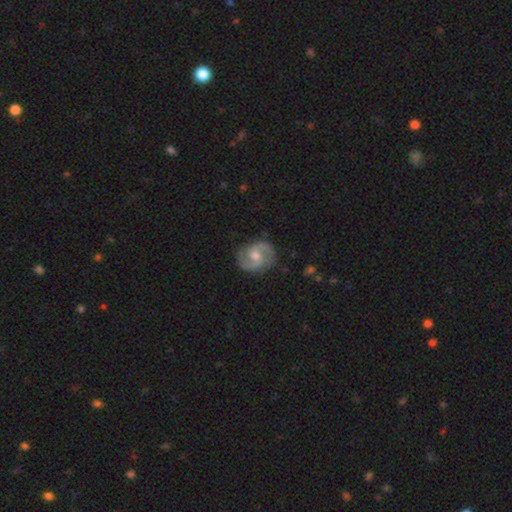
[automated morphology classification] Smooth or featured?
  - featured or disk: 88% *
  - smooth: 8%
  - star or artifact: 5%
Edge-on disk?
  - no: 98% *
  - yes: 2%
Bar?
  - weak: 47% *
  - no: 43%
  - strong: 11%
Spiral arms?
  - yes: 97% *
  - no: 3%
Spiral winding?
  - medium: 59% *
  - tight: 24%
  - loose: 17%
Spiral arm count?
  - 2: 93% *
  - can't tell: 2%
  - 1: 1%
  - 3: 1%
  - 4: 1%
  - more than 4: 1%
Bulge size?
  - moderate: 69% *
  - small: 23%
  - large: 5%
  - none: 2%
  - dominant: 1%
Merging?
  - none: 84% *
  - minor disturbance: 12%
  - major disturbance: 3%
  - merger: 1%